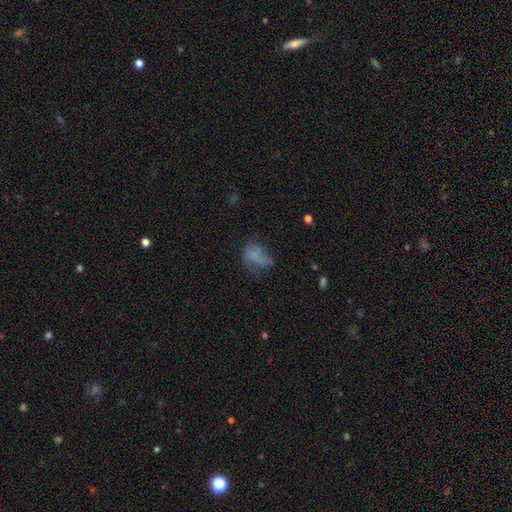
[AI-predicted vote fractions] Q: Smooth or featured?
A: smooth (61%); runner-up: featured or disk (23%)
Q: How rounded?
A: in between (78%); runner-up: round (19%)
Q: Merging?
A: none (38%); runner-up: minor disturbance (29%)